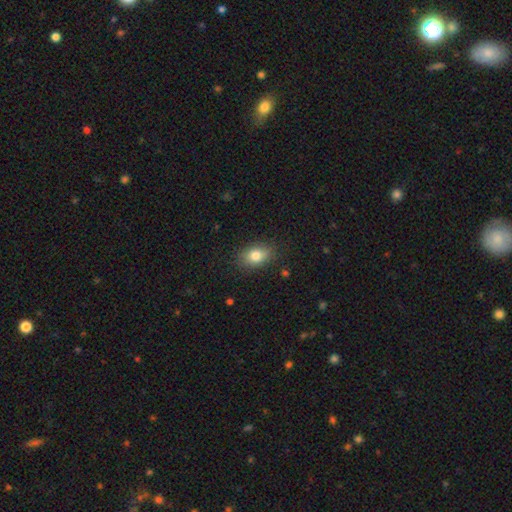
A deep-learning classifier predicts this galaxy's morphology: Q: Smooth or featured?
A: smooth (80%); runner-up: featured or disk (10%)
Q: How rounded?
A: in between (79%); runner-up: round (19%)
Q: Merging?
A: none (81%); runner-up: minor disturbance (14%)